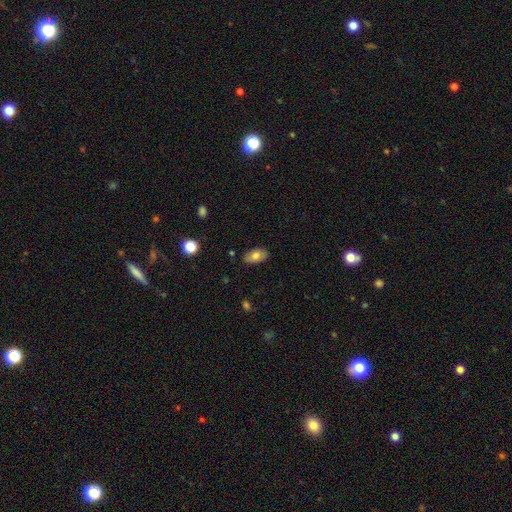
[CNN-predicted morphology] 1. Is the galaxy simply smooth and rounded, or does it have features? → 74% smooth, 18% featured or disk, 8% star or artifact.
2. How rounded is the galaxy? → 93% in between, 5% round, 2% cigar-shaped.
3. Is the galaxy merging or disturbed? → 85% none, 12% minor disturbance, 2% major disturbance, 1% merger.